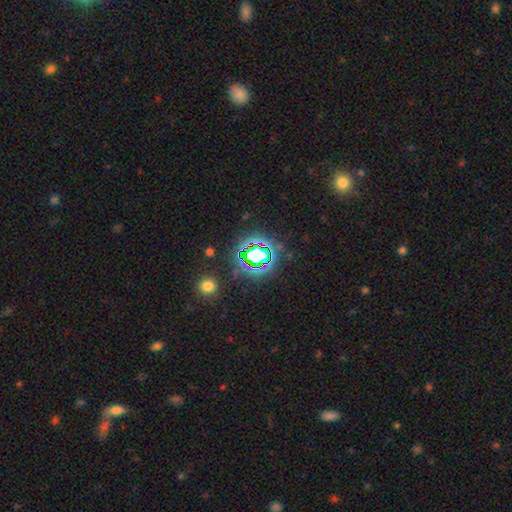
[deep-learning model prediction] Smooth or featured?
  - star or artifact: 70% *
  - smooth: 20%
  - featured or disk: 11%